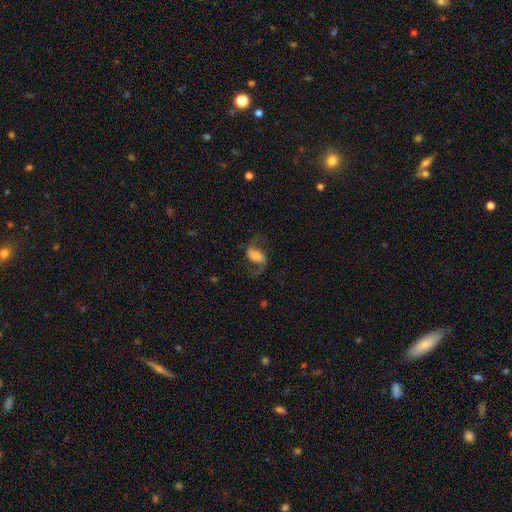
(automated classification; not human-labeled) Smooth or featured? Predicted: featured or disk (p=0.64). Edge-on disk? Predicted: no (p=0.96). Bar? Predicted: weak (p=0.35). Spiral arms? Predicted: yes (p=0.92). Spiral winding? Predicted: loose (p=0.67). Spiral arm count? Predicted: 2 (p=0.90). Bulge size? Predicted: small (p=0.30). Merging? Predicted: none (p=0.65).